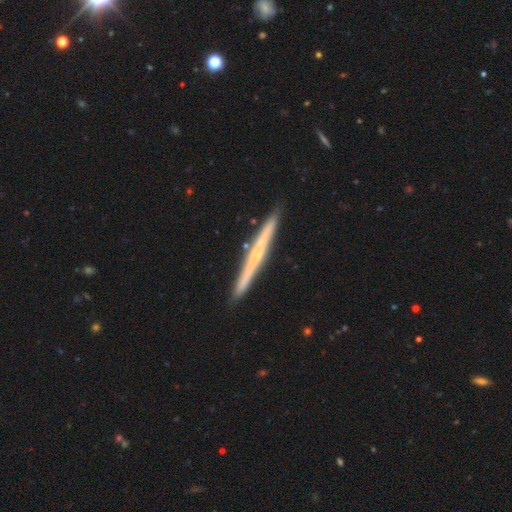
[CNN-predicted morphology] featured or disk 66%, smooth 28%, star or artifact 6%. Down the decision tree: edge-on disk — yes (97%); edge-on bulge — none (58%); merging — none (89%).